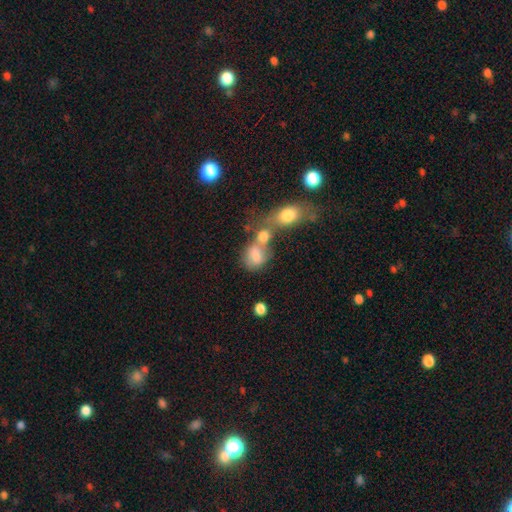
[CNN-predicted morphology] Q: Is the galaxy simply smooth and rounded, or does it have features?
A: smooth — 71%.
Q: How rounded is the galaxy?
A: in between — 65%.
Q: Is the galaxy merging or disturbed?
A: merger — 54%.